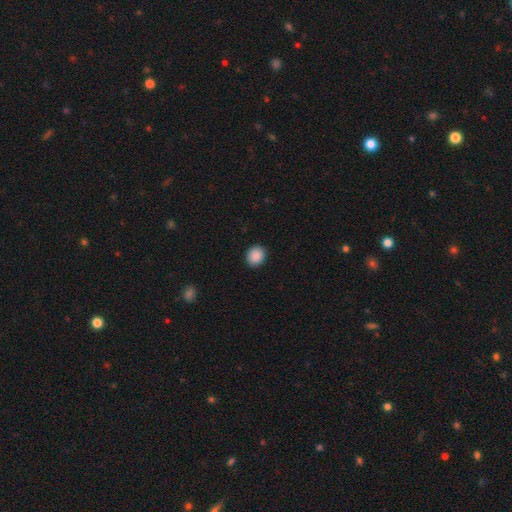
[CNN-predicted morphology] Overall: smooth (89%). How rounded: round (72%). Merging: none (91%).